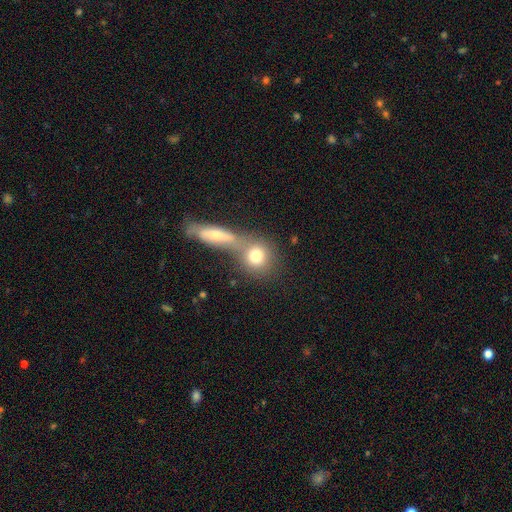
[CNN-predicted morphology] Smooth or featured?
  - smooth: 76% *
  - featured or disk: 14%
  - star or artifact: 9%
How rounded?
  - round: 77% *
  - in between: 19%
  - cigar-shaped: 4%
Merging?
  - none: 45% *
  - merger: 43%
  - minor disturbance: 8%
  - major disturbance: 4%